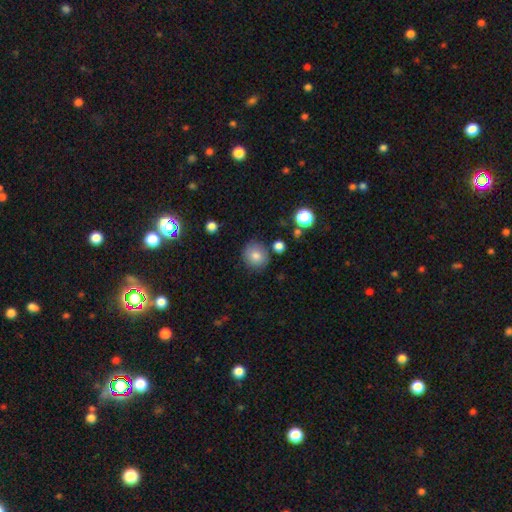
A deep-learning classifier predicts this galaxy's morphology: Smooth or featured?
  - smooth: 80% *
  - star or artifact: 10%
  - featured or disk: 10%
How rounded?
  - round: 84% *
  - in between: 15%
  - cigar-shaped: 1%
Merging?
  - none: 80% *
  - minor disturbance: 12%
  - merger: 4%
  - major disturbance: 3%